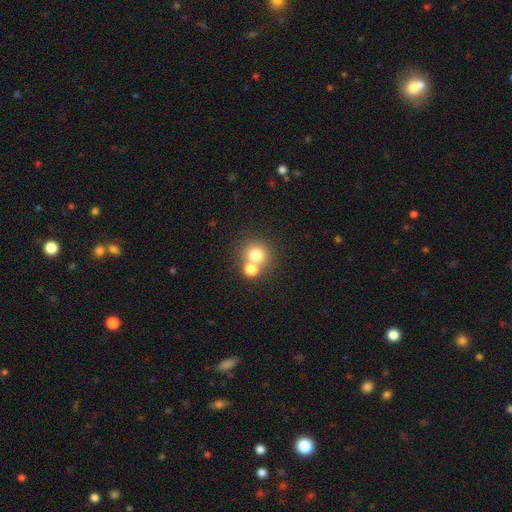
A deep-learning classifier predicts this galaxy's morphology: type=smooth (74%); roundness=round (87%); merging=none (51%).